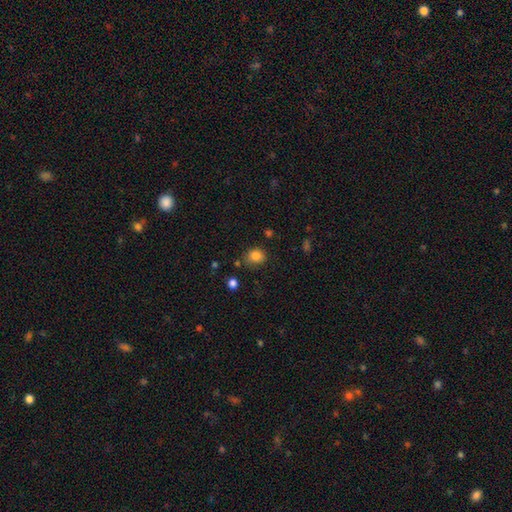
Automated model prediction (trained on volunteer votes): Smooth or featured? smooth (83%)
How rounded? round (67%)
Merging? none (72%)